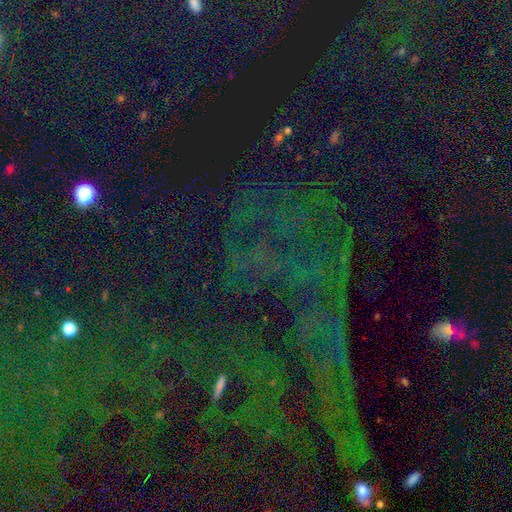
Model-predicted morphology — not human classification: star or artifact 79%, smooth 12%, featured or disk 9%.